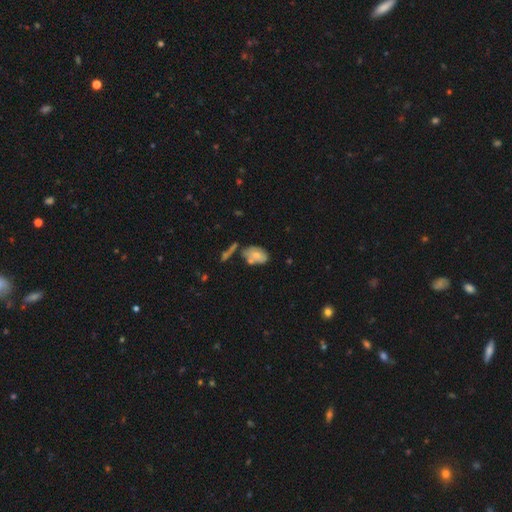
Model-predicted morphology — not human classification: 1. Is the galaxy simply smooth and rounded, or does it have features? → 72% smooth, 20% featured or disk, 8% star or artifact.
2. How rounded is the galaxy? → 89% in between, 10% round, 2% cigar-shaped.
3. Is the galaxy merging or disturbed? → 47% none, 24% minor disturbance, 22% merger, 8% major disturbance.